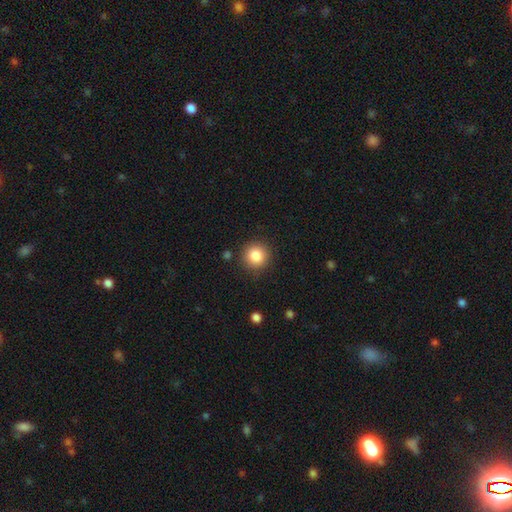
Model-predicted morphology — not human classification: A smooth galaxy with no disk features (85%) that is round (94%).

Vote fractions:
- Smooth or featured? smooth: 85% / star or artifact: 10% / featured or disk: 5%
- How rounded? round: 94% / in between: 5% / cigar-shaped: 1%
- Merging? none: 88% / minor disturbance: 8% / major disturbance: 3% / merger: 2%